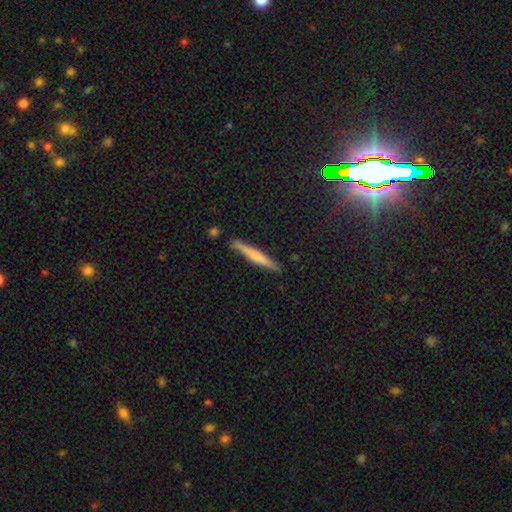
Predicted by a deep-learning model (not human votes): Morphology: type=smooth (53%); roundness=cigar-shaped (95%); merging=none (85%).